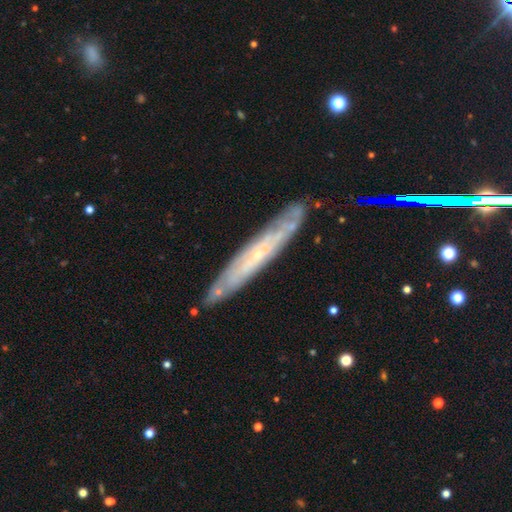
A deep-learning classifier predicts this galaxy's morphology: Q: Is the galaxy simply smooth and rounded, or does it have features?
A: featured or disk — 74%.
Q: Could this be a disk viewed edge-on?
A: yes — 62%.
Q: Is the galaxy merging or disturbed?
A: none — 83%.